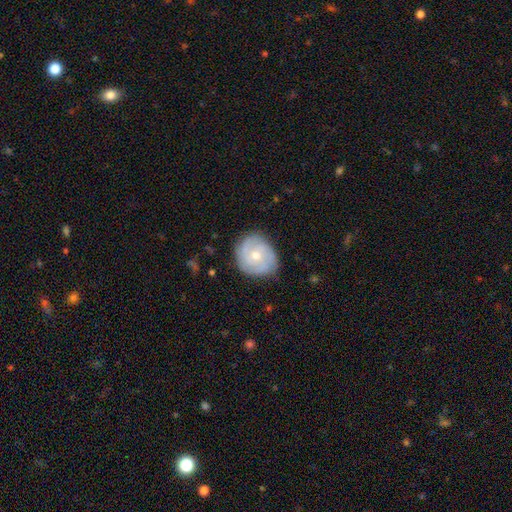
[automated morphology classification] Smooth or featured?
  - featured or disk: 58% *
  - smooth: 36%
  - star or artifact: 7%
Edge-on disk?
  - no: 97% *
  - yes: 3%
Bar?
  - no: 80% *
  - weak: 17%
  - strong: 3%
Spiral arms?
  - yes: 79% *
  - no: 21%
Bulge size?
  - moderate: 53% *
  - small: 44%
  - large: 2%
  - none: 1%
  - dominant: 1%
Merging?
  - none: 77% *
  - minor disturbance: 17%
  - major disturbance: 4%
  - merger: 1%